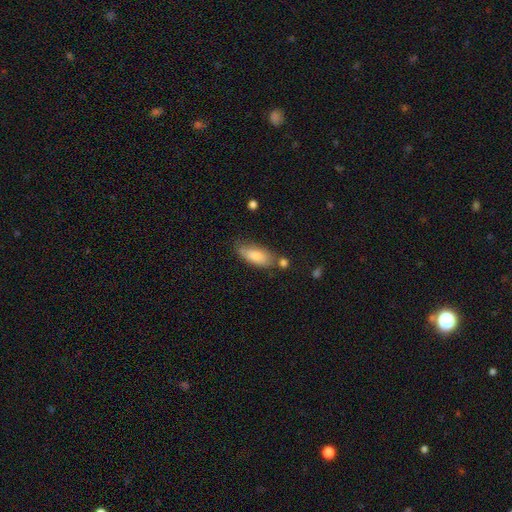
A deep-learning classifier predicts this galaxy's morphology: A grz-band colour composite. It shows a smooth galaxy with no disk features (81%) that is in between round and cigar-shaped (79%). Merging: none (59%).